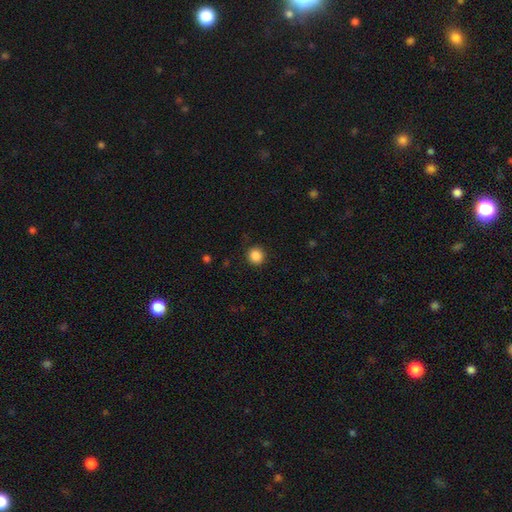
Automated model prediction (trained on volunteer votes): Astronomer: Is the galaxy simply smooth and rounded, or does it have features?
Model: smooth — 87%.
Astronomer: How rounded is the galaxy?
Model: round — 92%.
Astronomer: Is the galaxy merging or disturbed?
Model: none — 89%.